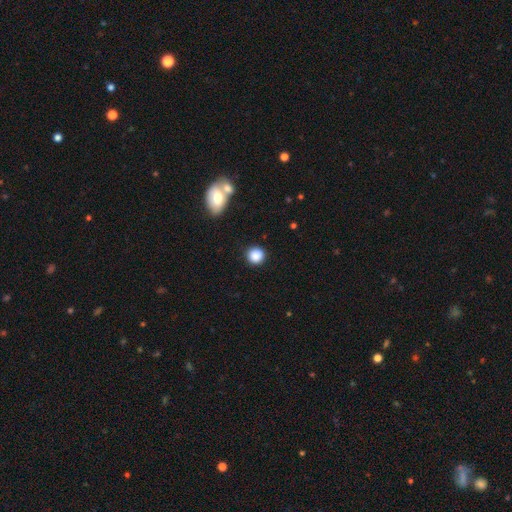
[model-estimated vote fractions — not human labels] Smooth or featured: smooth — 87% (star or artifact — 10%)
How rounded: round — 93% (in between — 6%)
Merging: none — 88% (minor disturbance — 7%)